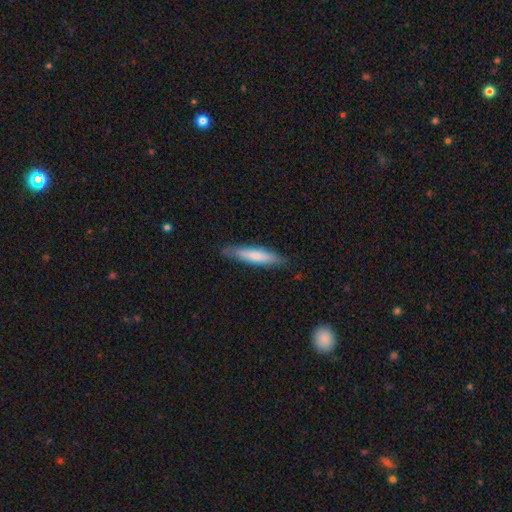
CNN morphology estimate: smooth 72%, featured or disk 23%, star or artifact 5%. Down the decision tree: how rounded — cigar-shaped (82%); merging — none (84%).